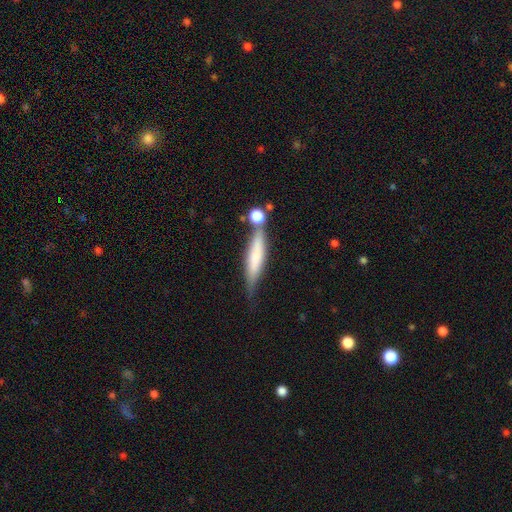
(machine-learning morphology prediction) smooth_or_featured: smooth (p=0.60) [alt: featured or disk p=0.34]
how_rounded: cigar-shaped (p=0.81) [alt: in between p=0.17]
merging: none (p=0.55) [alt: minor disturbance p=0.21]